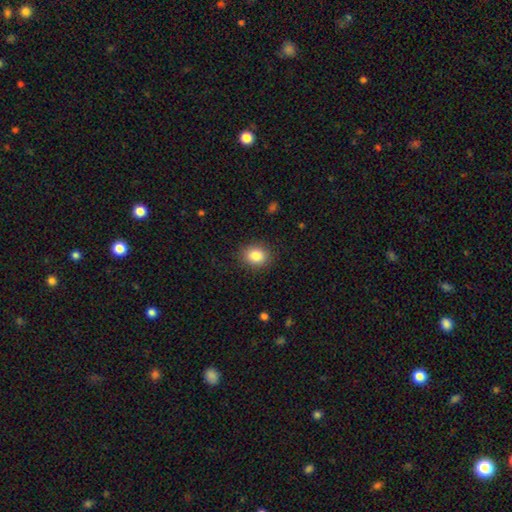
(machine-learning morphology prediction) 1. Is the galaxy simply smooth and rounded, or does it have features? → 85% smooth, 9% star or artifact, 6% featured or disk.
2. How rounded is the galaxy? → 59% round, 40% in between, 1% cigar-shaped.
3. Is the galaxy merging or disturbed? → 88% none, 8% minor disturbance, 3% major disturbance, 1% merger.